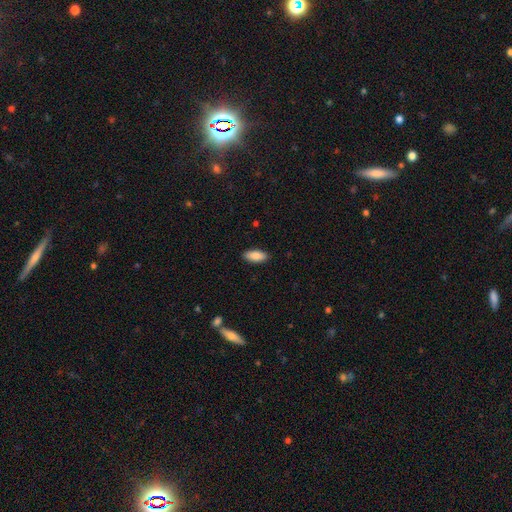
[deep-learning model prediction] smooth 88%, featured or disk 6%, star or artifact 6%. Down the decision tree: how rounded — in between (87%); merging — none (89%).